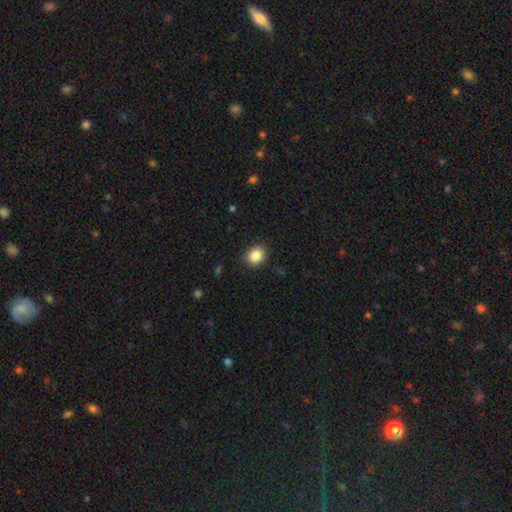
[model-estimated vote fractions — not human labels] A smooth galaxy with no disk features (86%) that is round (66%). Merging: none (86%).